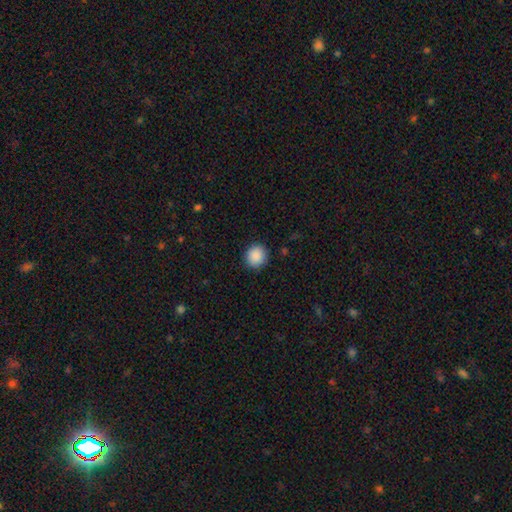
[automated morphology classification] Smooth or featured?
  - smooth: 89% *
  - star or artifact: 8%
  - featured or disk: 3%
How rounded?
  - round: 90% *
  - in between: 9%
  - cigar-shaped: 1%
Merging?
  - none: 90% *
  - minor disturbance: 7%
  - major disturbance: 2%
  - merger: 1%